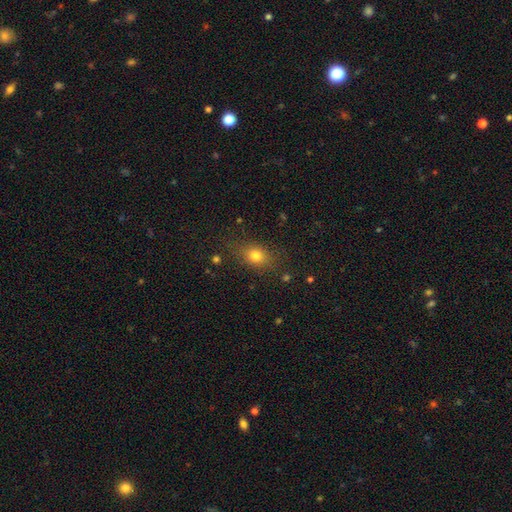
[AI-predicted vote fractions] smooth-or-featured: smooth: 77% | star or artifact: 14% | featured or disk: 10%
  how-rounded: in between: 54% | round: 44% | cigar-shaped: 3%
  merging: none: 78% | minor disturbance: 15% | major disturbance: 6% | merger: 2%